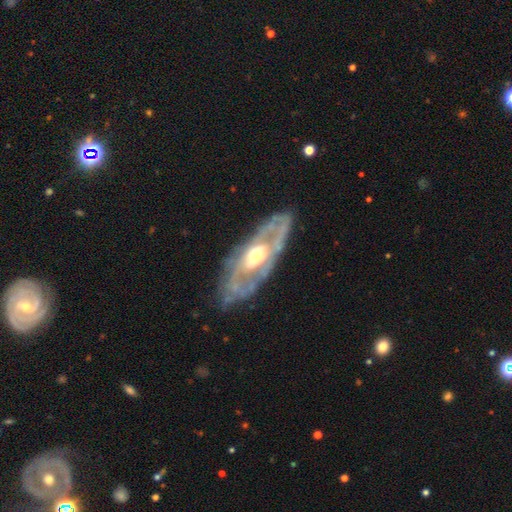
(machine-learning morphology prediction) Smooth or featured?
  - featured or disk: 81% *
  - smooth: 14%
  - star or artifact: 5%
Edge-on disk?
  - no: 82% *
  - yes: 18%
Bar?
  - no: 64% *
  - weak: 26%
  - strong: 10%
Spiral arms?
  - yes: 67% *
  - no: 33%
Bulge size?
  - moderate: 60% *
  - large: 27%
  - small: 10%
  - dominant: 2%
  - none: 1%
Merging?
  - none: 72% *
  - minor disturbance: 18%
  - major disturbance: 7%
  - merger: 2%